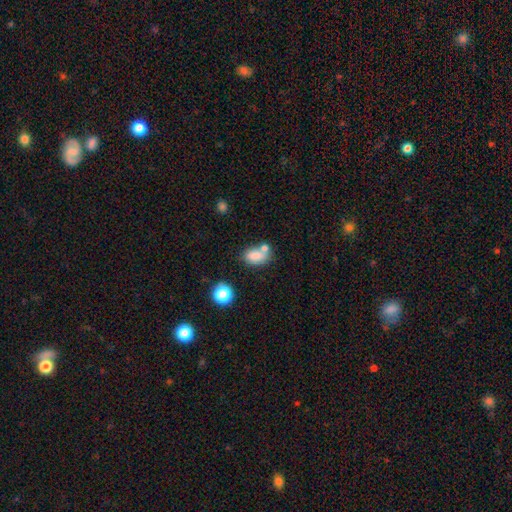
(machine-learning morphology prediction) Smooth or featured? smooth (79%)
How rounded? in between (82%)
Merging? none (45%)